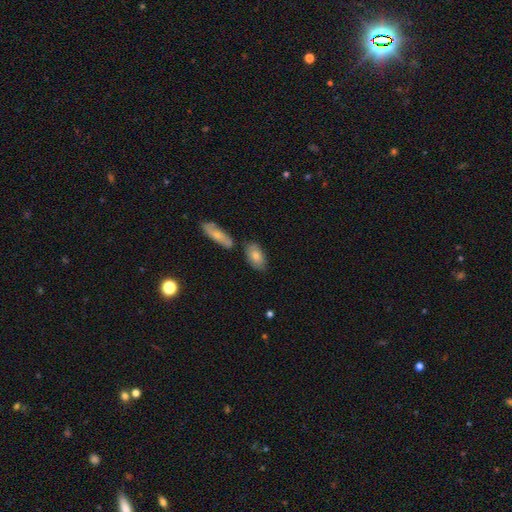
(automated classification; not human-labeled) Morphology: type=smooth (78%); roundness=in between (91%); merging=none (70%).